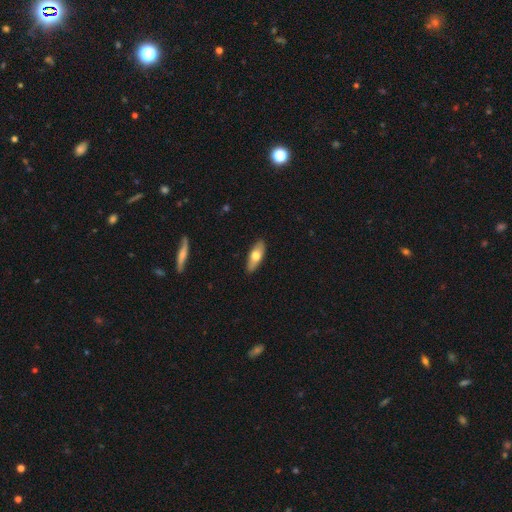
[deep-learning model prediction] smooth 64%, featured or disk 30%, star or artifact 6%. Down the decision tree: how rounded — in between (70%); merging — none (88%).